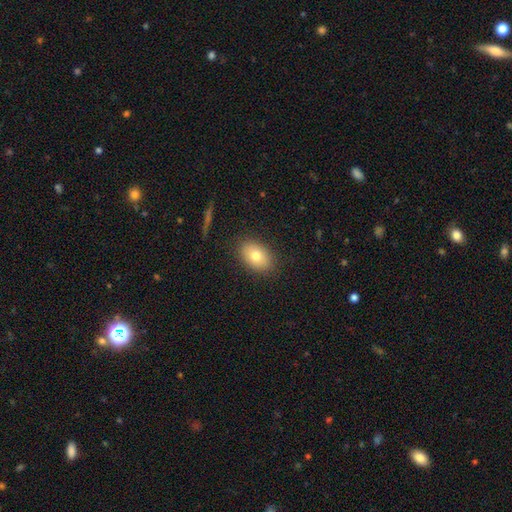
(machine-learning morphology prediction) smooth 77%, featured or disk 15%, star or artifact 9%. Down the decision tree: how rounded — in between (81%); merging — none (87%).